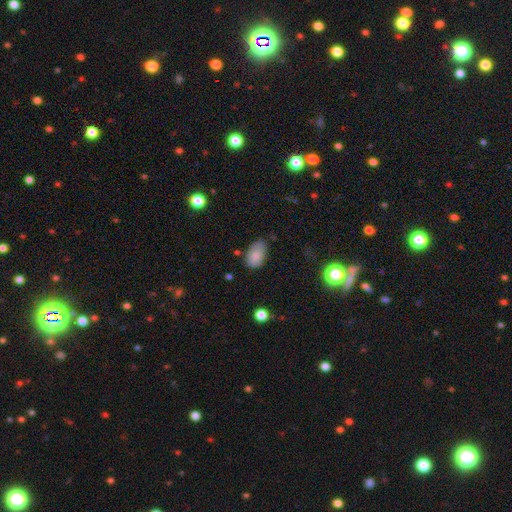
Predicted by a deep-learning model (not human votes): Smooth or featured: smooth — 83% (featured or disk — 8%)
How rounded: in between — 91% (round — 7%)
Merging: none — 65% (minor disturbance — 27%)